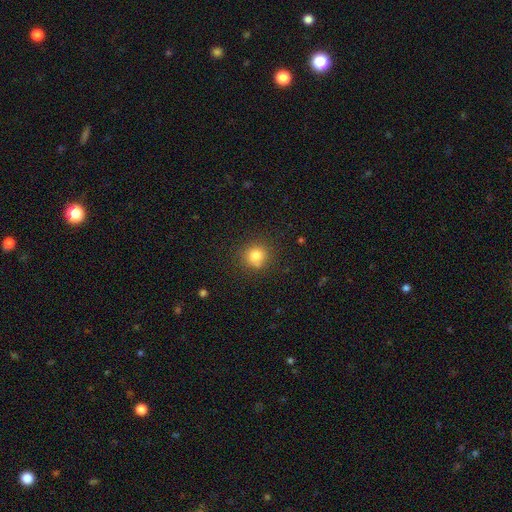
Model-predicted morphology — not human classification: Smooth or featured: smooth — 79% (star or artifact — 13%)
How rounded: round — 89% (in between — 10%)
Merging: none — 76% (minor disturbance — 13%)